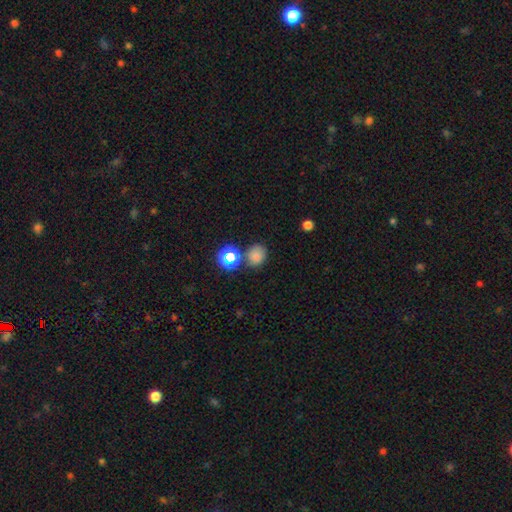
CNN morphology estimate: smooth 76%, star or artifact 18%, featured or disk 6%. Down the decision tree: how rounded — round (72%); merging — none (69%).